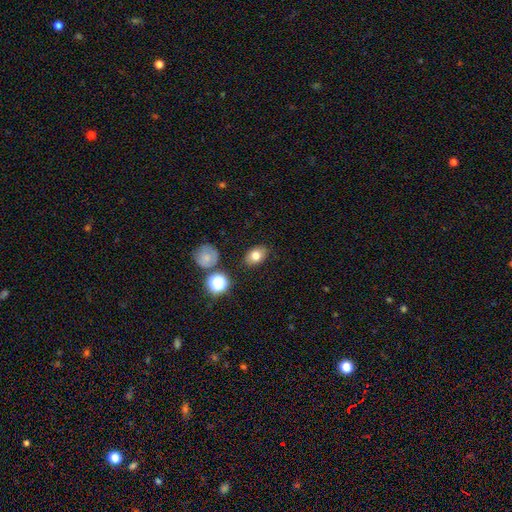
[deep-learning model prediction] Q: Smooth or featured?
A: smooth (77%); runner-up: featured or disk (12%)
Q: How rounded?
A: in between (76%); runner-up: round (23%)
Q: Merging?
A: none (84%); runner-up: minor disturbance (10%)